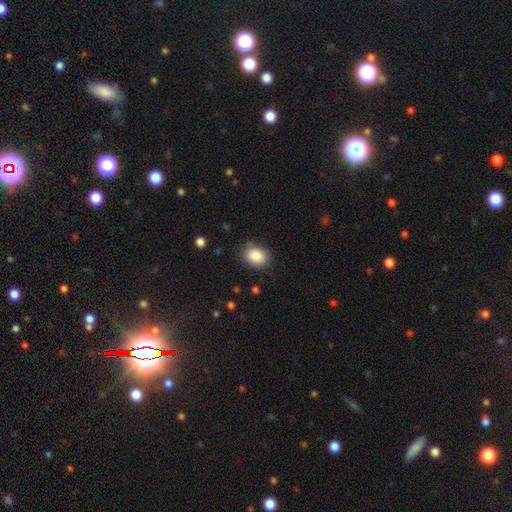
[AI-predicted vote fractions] A smooth galaxy with no disk features (88%) that is in between round and cigar-shaped (59%). Merging: none (84%).